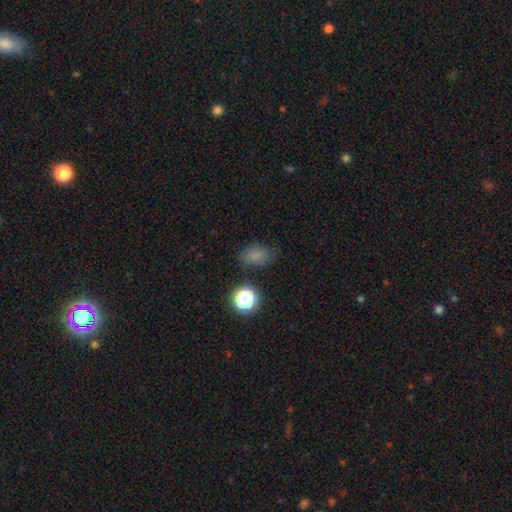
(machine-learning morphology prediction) smooth 74%, star or artifact 18%, featured or disk 8%. Down the decision tree: how rounded — in between (69%); merging — none (70%).